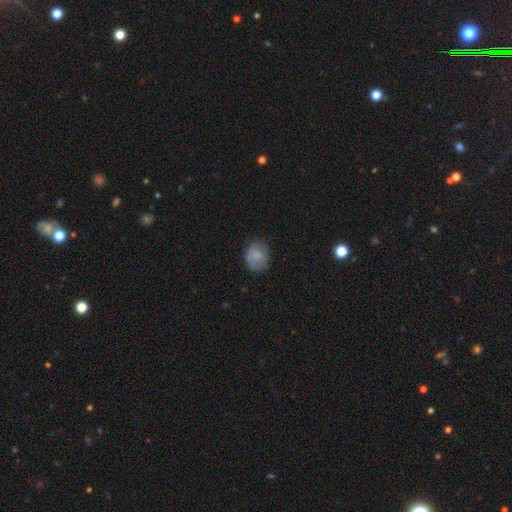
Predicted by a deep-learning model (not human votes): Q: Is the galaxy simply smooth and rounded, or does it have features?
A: smooth — 74%.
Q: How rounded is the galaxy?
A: round — 59%.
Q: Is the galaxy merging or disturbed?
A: none — 69%.